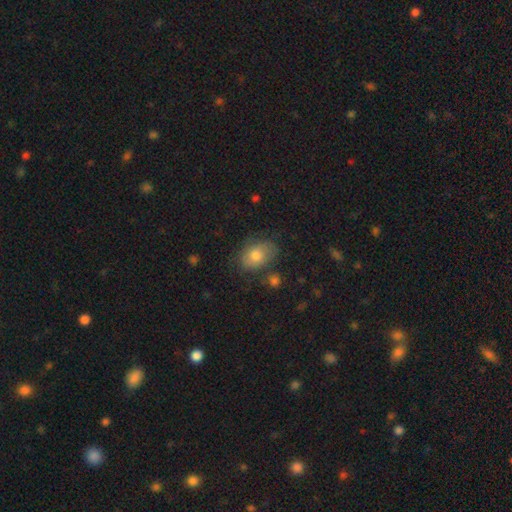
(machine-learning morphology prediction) Smooth or featured: smooth — 74% (featured or disk — 18%)
How rounded: in between — 80% (round — 18%)
Merging: none — 65% (minor disturbance — 24%)